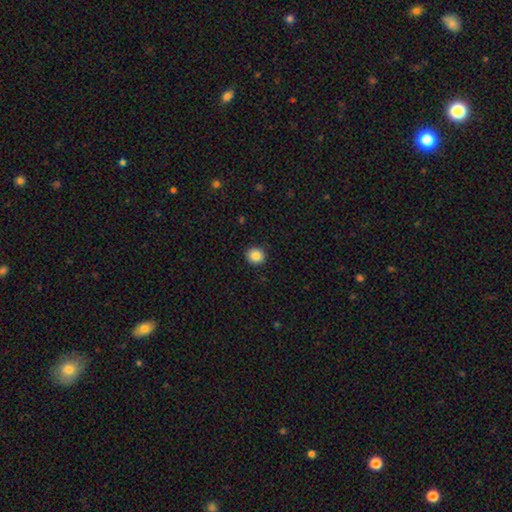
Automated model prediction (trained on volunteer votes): A smooth galaxy with no disk features (86%) that is round (86%).

Vote fractions:
- Smooth or featured? smooth: 86% / star or artifact: 9% / featured or disk: 5%
- How rounded? round: 86% / in between: 13% / cigar-shaped: 1%
- Merging? none: 91% / minor disturbance: 6% / major disturbance: 2% / merger: 1%